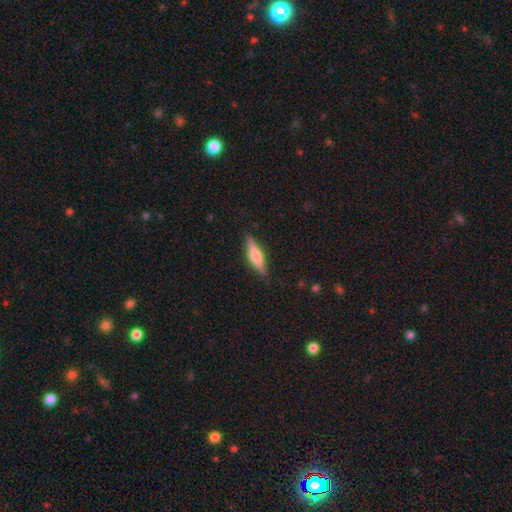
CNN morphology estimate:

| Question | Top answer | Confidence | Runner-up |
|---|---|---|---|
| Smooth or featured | smooth | 50% | featured or disk (44%) |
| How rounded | cigar-shaped | 72% | in between (26%) |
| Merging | none | 87% | minor disturbance (10%) |